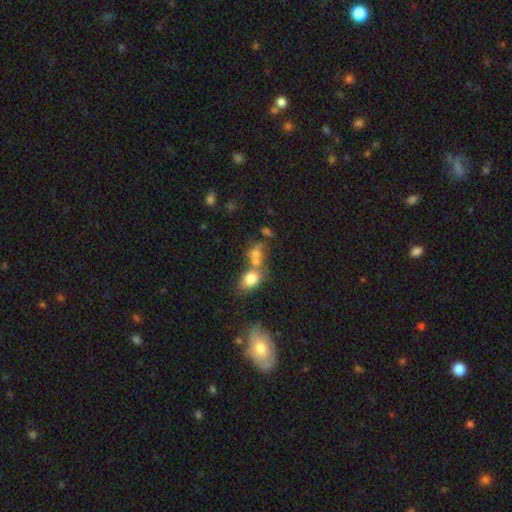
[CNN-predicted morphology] A smooth galaxy with no disk features (68%) that is in between round and cigar-shaped (60%). Merging: merger (56%).